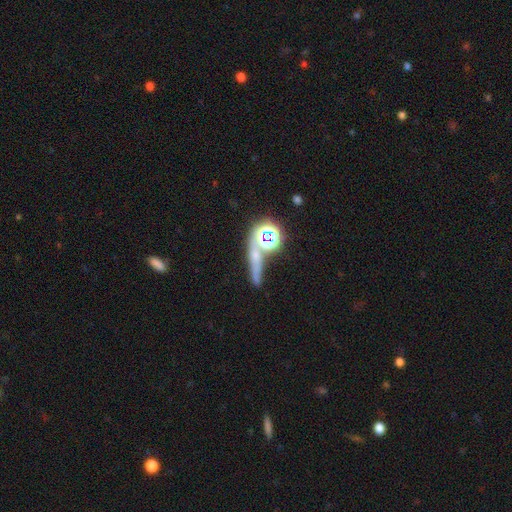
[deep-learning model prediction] A star or artifact, not a galaxy (41%).

Vote fractions:
- Smooth or featured? star or artifact: 41% / smooth: 36% / featured or disk: 23%